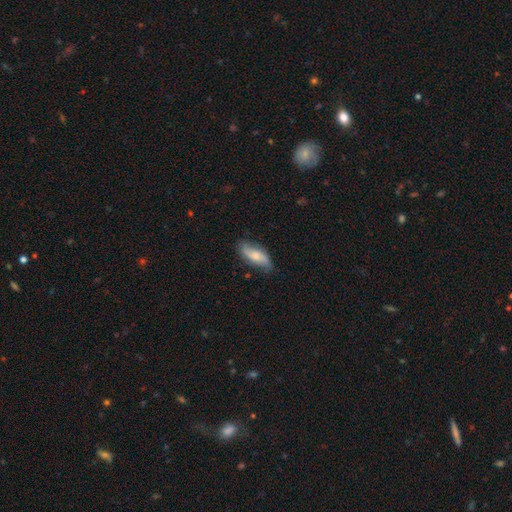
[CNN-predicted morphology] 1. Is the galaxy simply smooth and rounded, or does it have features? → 56% smooth, 38% featured or disk, 6% star or artifact.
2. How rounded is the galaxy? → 76% in between, 22% cigar-shaped, 3% round.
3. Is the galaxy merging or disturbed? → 73% none, 21% minor disturbance, 4% major disturbance, 2% merger.